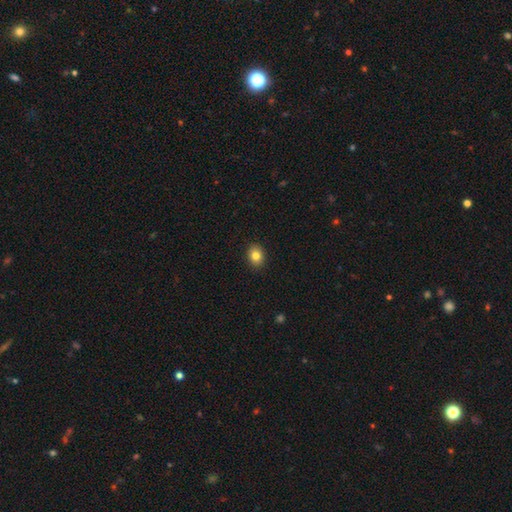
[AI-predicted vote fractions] Q: Smooth or featured?
A: smooth (83%); runner-up: star or artifact (10%)
Q: How rounded?
A: in between (50%); runner-up: round (49%)
Q: Merging?
A: none (91%); runner-up: minor disturbance (7%)